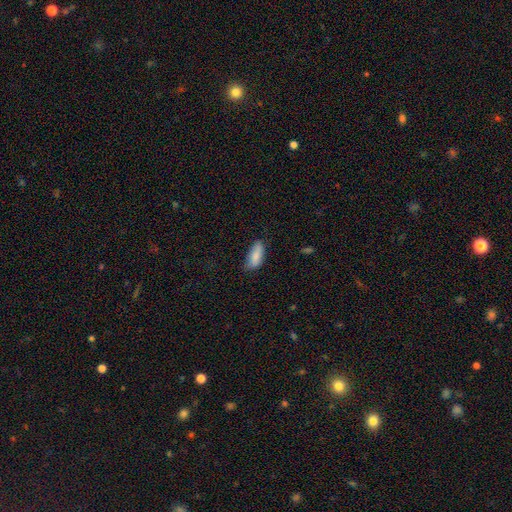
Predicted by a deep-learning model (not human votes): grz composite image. It shows a smooth galaxy with no disk features (86%) that is in between round and cigar-shaped (80%). Merging: none (70%).